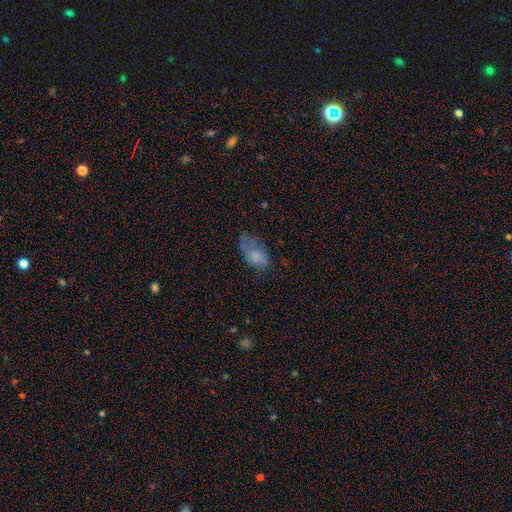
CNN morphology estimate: Overall: smooth (68%). How rounded: in between (90%). Merging: none (44%; minor disturbance 32%).